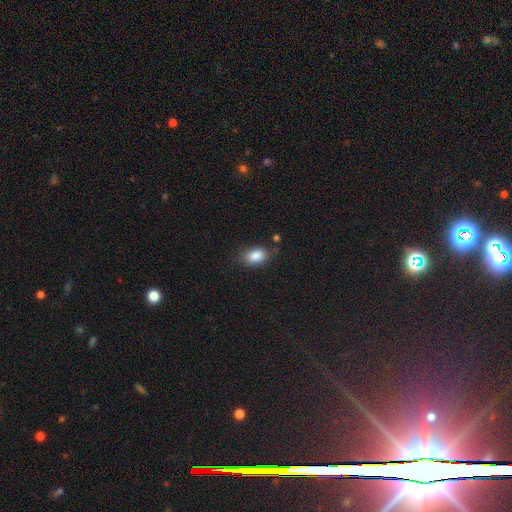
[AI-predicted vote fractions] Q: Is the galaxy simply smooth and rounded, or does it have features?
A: smooth — 86%.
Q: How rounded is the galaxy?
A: in between — 85%.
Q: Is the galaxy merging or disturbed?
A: none — 76%.